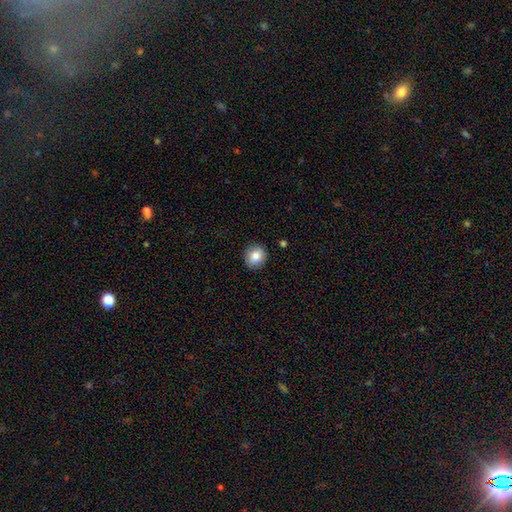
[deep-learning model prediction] Morphology: type=smooth (83%); roundness=round (90%); merging=none (90%).